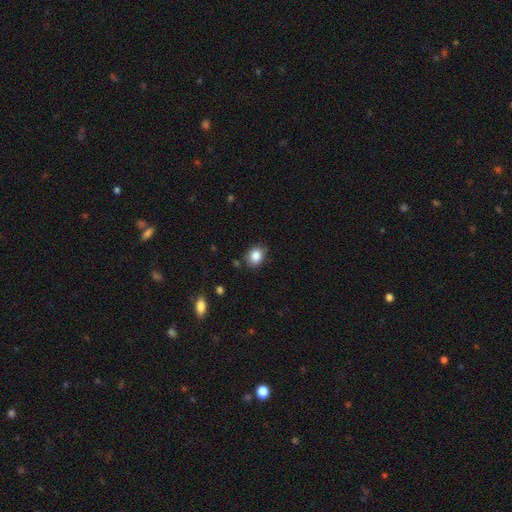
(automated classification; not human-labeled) The model was most divided on "how rounded": round: 57%, in between: 42%, cigar-shaped: 1%. More confident: smooth or featured — smooth (85%); merging — none (79%).